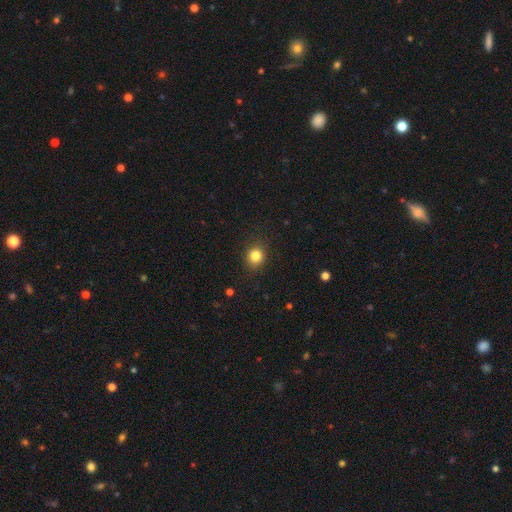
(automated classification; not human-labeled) A smooth galaxy with no disk features (83%) that is round (79%). Merging: none (89%).